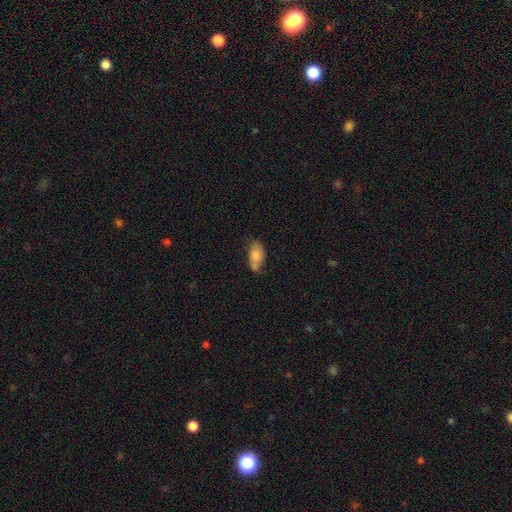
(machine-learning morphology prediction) type=smooth (78%); roundness=in between (91%); merging=none (56%).